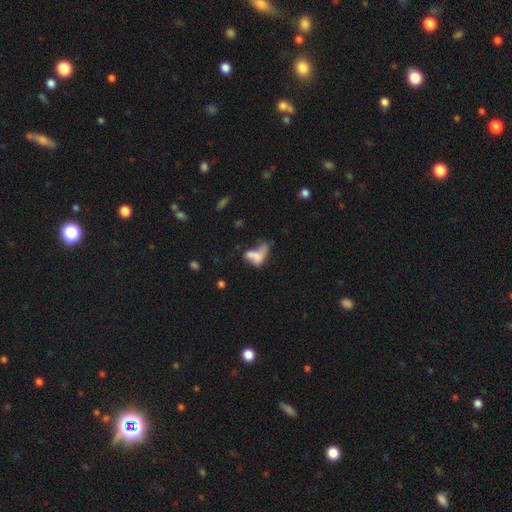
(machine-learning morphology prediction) A smooth galaxy with no disk features (59%) that is in between round and cigar-shaped (80%).

Vote fractions:
- Smooth or featured? smooth: 59% / featured or disk: 28% / star or artifact: 12%
- How rounded? in between: 80% / cigar-shaped: 10% / round: 10%
- Merging? merger: 41% / major disturbance: 27% / none: 17% / minor disturbance: 15%